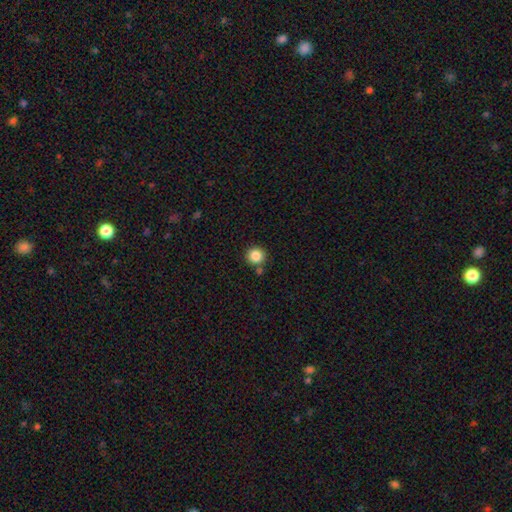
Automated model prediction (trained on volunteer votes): Q: Smooth or featured?
A: smooth (85%); runner-up: star or artifact (10%)
Q: How rounded?
A: round (94%); runner-up: in between (5%)
Q: Merging?
A: none (80%); runner-up: merger (9%)